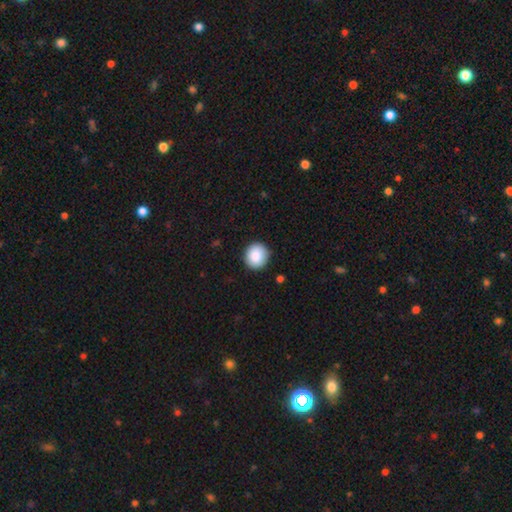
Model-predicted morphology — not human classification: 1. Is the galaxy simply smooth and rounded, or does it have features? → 89% smooth, 7% star or artifact, 4% featured or disk.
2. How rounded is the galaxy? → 90% round, 9% in between, 1% cigar-shaped.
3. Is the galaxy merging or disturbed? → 90% none, 7% minor disturbance, 2% major disturbance, 1% merger.